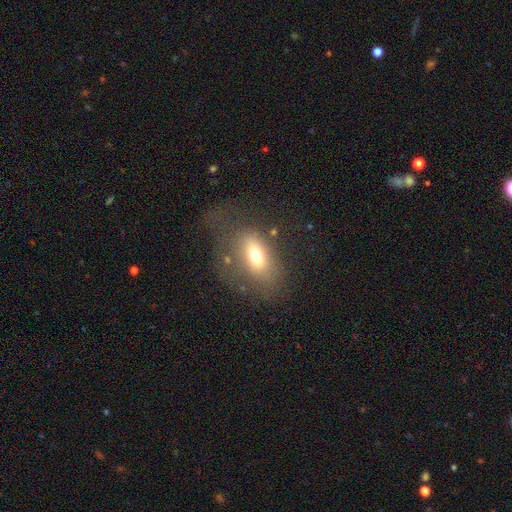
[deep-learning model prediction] Smooth or featured: smooth — 67% (featured or disk — 21%)
How rounded: in between — 81% (round — 14%)
Merging: none — 48% (major disturbance — 29%)